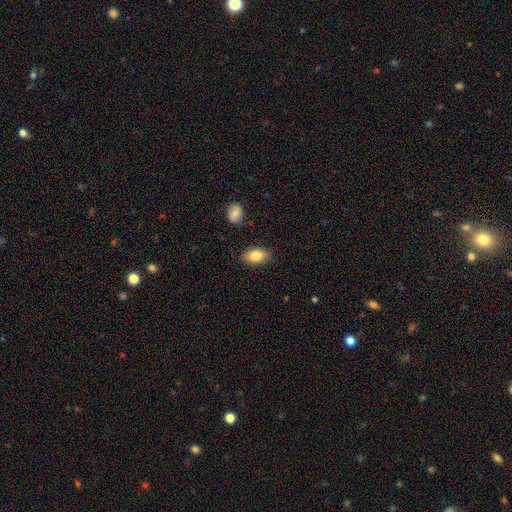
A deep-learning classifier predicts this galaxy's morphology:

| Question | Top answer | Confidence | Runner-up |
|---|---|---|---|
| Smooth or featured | smooth | 84% | featured or disk (9%) |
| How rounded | in between | 91% | round (7%) |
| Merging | none | 85% | minor disturbance (11%) |